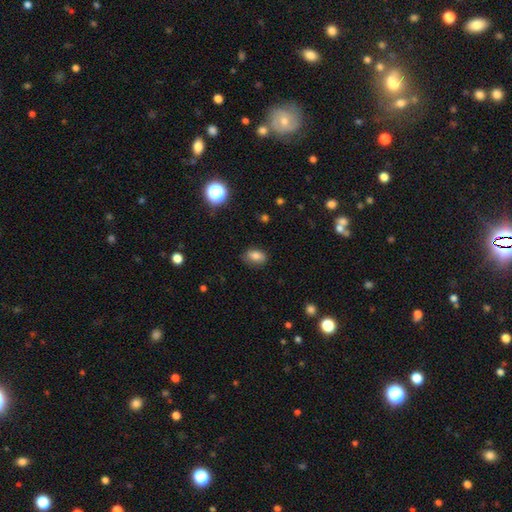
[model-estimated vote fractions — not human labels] Smooth or featured?
  - smooth: 81% *
  - star or artifact: 10%
  - featured or disk: 9%
How rounded?
  - in between: 84% *
  - round: 14%
  - cigar-shaped: 2%
Merging?
  - none: 79% *
  - minor disturbance: 16%
  - major disturbance: 3%
  - merger: 1%